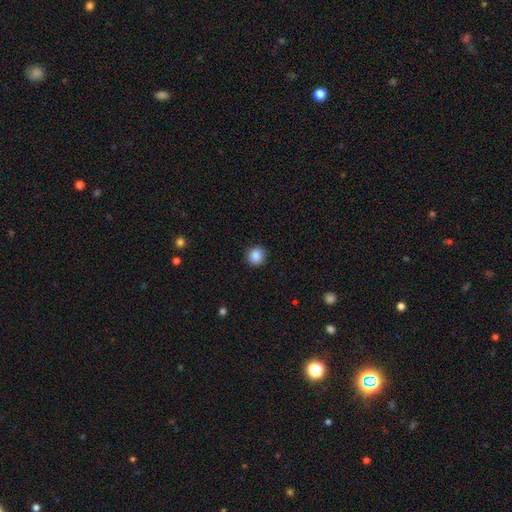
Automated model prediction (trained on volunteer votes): This appears to be a smooth galaxy with no disk features (86%) that is round (90%). Merging: none (91%).